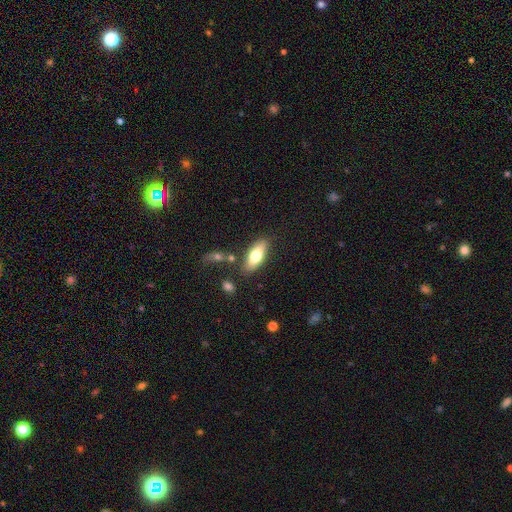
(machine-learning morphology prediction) Smooth or featured?
  - smooth: 67% *
  - featured or disk: 26%
  - star or artifact: 6%
How rounded?
  - in between: 72% *
  - cigar-shaped: 25%
  - round: 3%
Merging?
  - none: 81% *
  - minor disturbance: 12%
  - merger: 5%
  - major disturbance: 3%